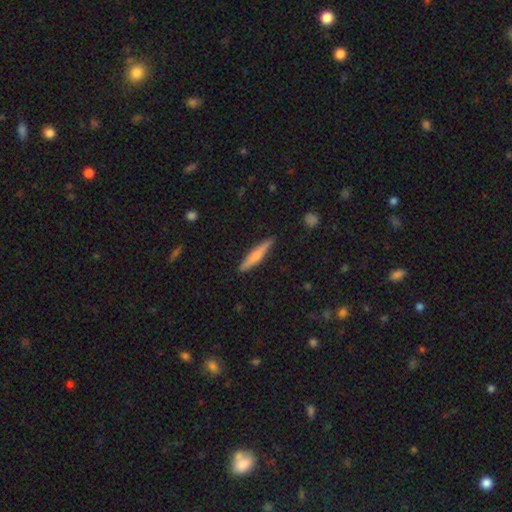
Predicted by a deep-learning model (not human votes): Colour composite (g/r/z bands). It shows a smooth galaxy with no disk features (54%) that is cigar-shaped (90%). Merging: none (88%).